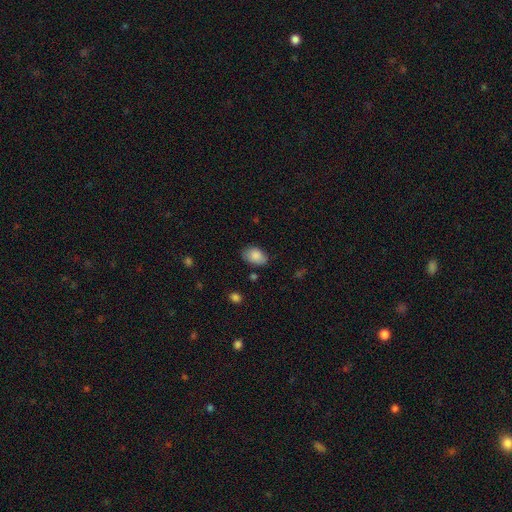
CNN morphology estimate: type=smooth (87%); roundness=in between (87%); merging=none (75%).